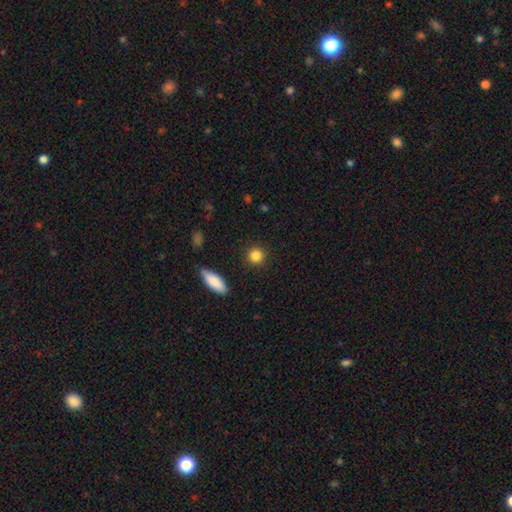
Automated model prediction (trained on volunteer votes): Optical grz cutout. It shows a smooth galaxy with no disk features (86%) that is round (89%). Merging: none (90%).